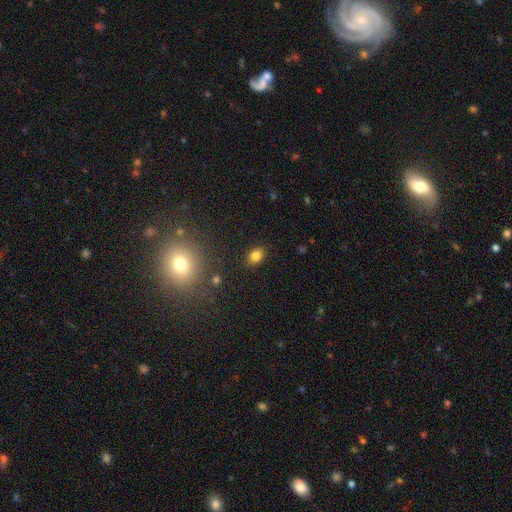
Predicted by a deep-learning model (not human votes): Overall: smooth (82%). How rounded: in between (68%; round 31%). Merging: none (87%).